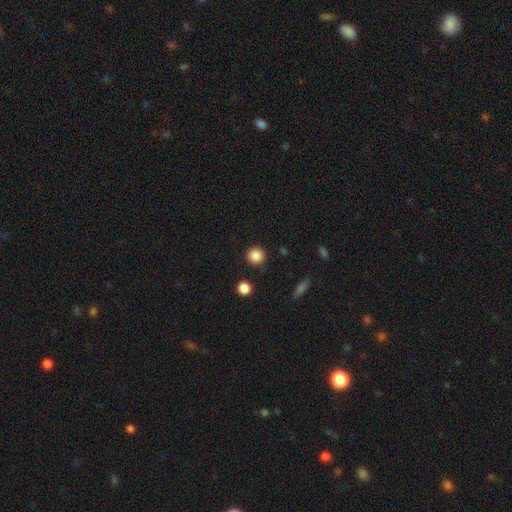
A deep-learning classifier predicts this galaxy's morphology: The model was most divided on "smooth or featured": smooth: 87%, star or artifact: 10%, featured or disk: 3%. More confident: how rounded — round (94%); merging — none (90%).